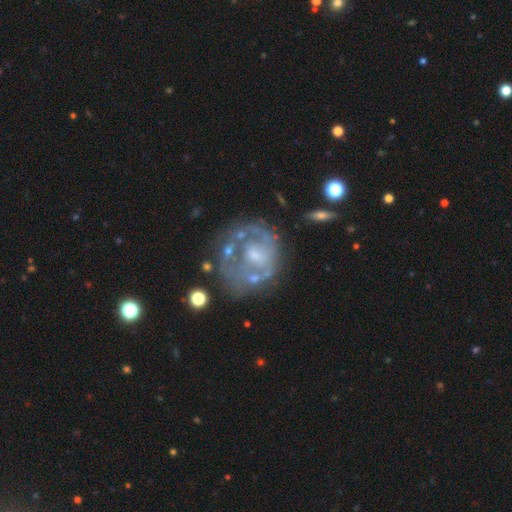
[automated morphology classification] Overall: featured or disk (73%). Edge-on disk: no (97%). Bar: no (72%). Spiral arms: no (58%; yes 42%). Bulge size: small (39%; moderate 33%). Merging: none (50%; major disturbance 22%).